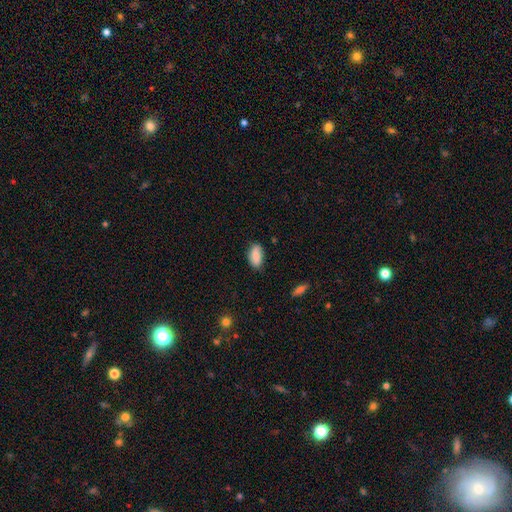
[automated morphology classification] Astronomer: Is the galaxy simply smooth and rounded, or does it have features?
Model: smooth — 85%.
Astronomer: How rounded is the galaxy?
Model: in between — 92%.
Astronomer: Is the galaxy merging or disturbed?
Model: none — 77%.